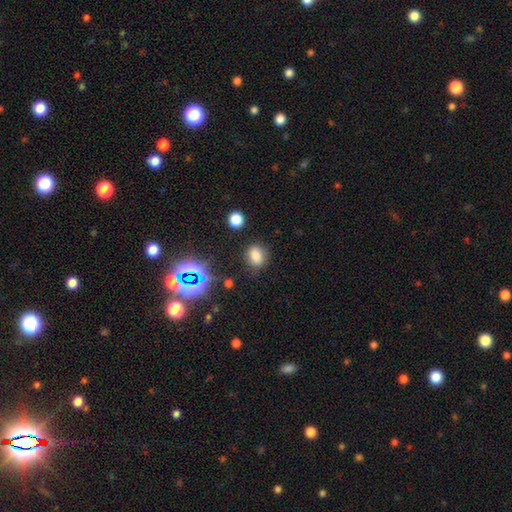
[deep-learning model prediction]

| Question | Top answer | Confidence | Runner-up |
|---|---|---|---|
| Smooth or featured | smooth | 74% | star or artifact (18%) |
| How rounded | in between | 57% | round (41%) |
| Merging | none | 80% | minor disturbance (13%) |